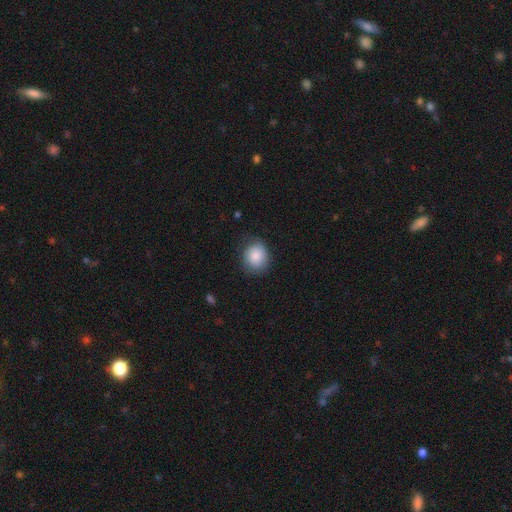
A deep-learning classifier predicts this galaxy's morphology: A smooth galaxy with no disk features (87%) that is round (71%). Merging: none (76%).